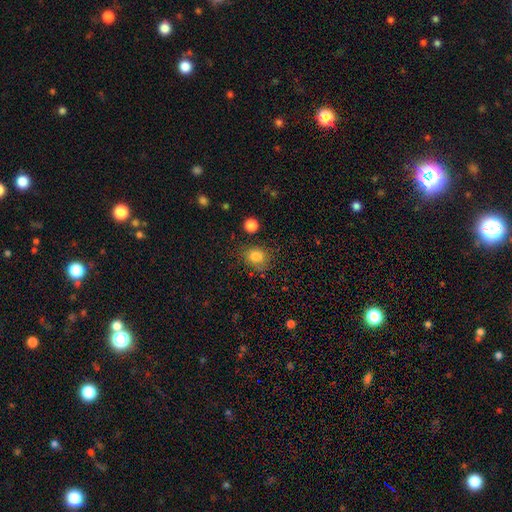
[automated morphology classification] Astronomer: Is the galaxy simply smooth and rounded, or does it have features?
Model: smooth — 82%.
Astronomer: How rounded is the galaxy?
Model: round — 67%.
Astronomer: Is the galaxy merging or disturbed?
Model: none — 74%.